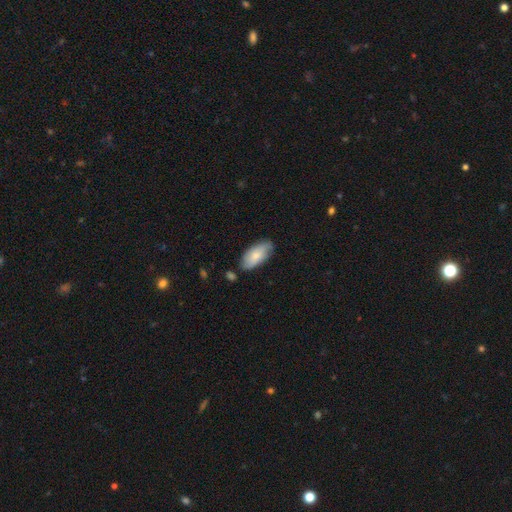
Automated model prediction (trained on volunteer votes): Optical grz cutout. It shows a smooth galaxy with no disk features (73%) that is in between round and cigar-shaped (91%). Merging: none (72%).